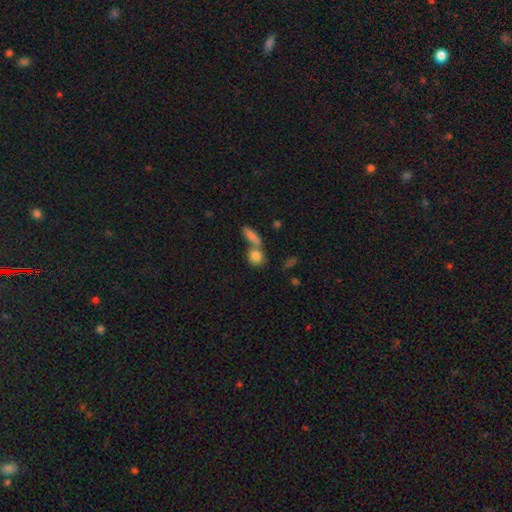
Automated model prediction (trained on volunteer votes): Smooth or featured: smooth — 82% (featured or disk — 10%)
How rounded: round — 68% (in between — 27%)
Merging: none — 49% (merger — 37%)